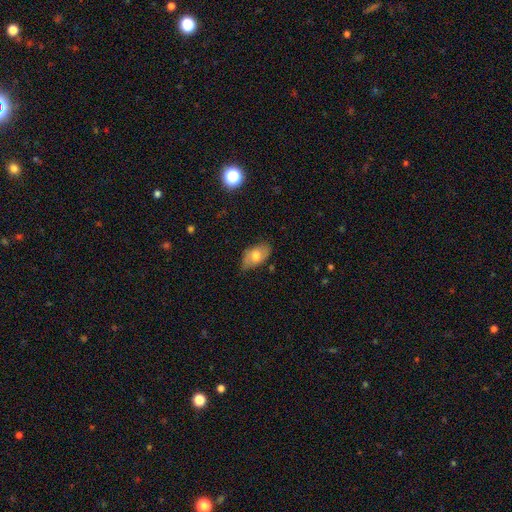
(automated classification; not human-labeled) smooth 62%, featured or disk 30%, star or artifact 7%. Down the decision tree: how rounded — in between (92%); merging — none (72%).